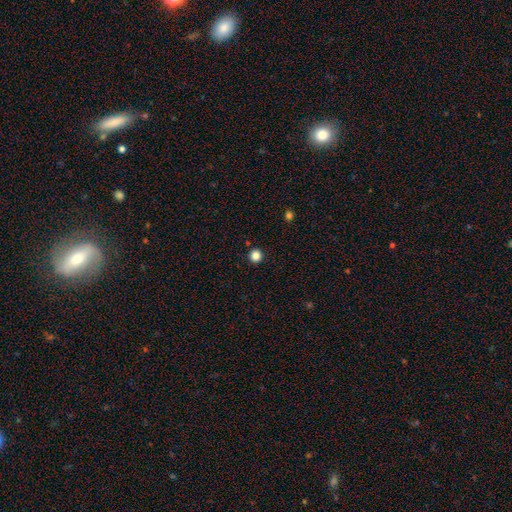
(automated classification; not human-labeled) This appears to be a smooth galaxy with no disk features (84%) that is round (95%). Merging: none (93%).